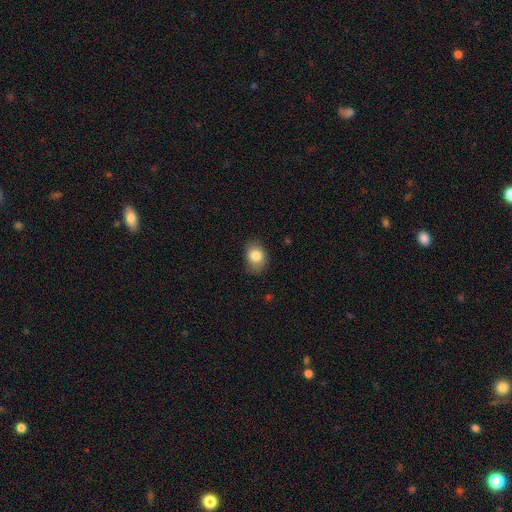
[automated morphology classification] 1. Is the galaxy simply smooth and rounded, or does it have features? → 83% smooth, 8% star or artifact, 8% featured or disk.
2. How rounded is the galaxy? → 66% in between, 33% round, 1% cigar-shaped.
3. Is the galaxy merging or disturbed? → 78% none, 17% minor disturbance, 4% major disturbance, 1% merger.